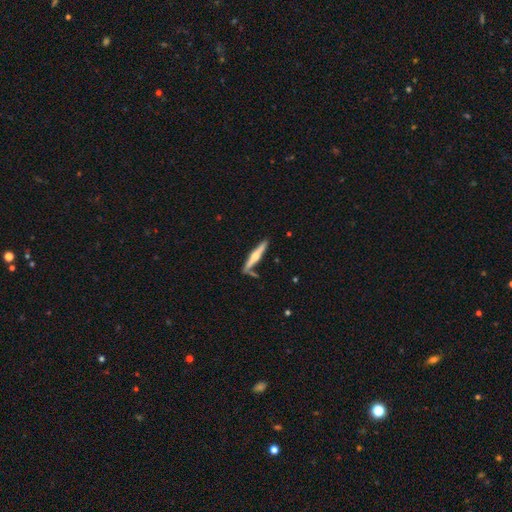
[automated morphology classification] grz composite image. It shows a featured or disk galaxy (64%) viewed edge-on (97%) with a rounded central bulge (87%). Merging: none (78%).